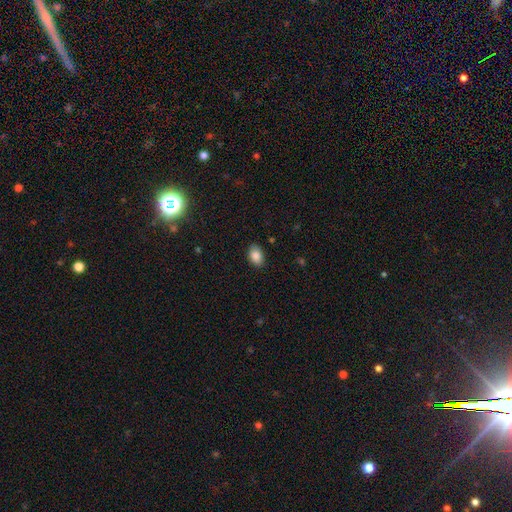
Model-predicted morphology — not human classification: Q: Smooth or featured?
A: smooth (87%); runner-up: star or artifact (8%)
Q: How rounded?
A: in between (86%); runner-up: round (13%)
Q: Merging?
A: none (85%); runner-up: minor disturbance (11%)